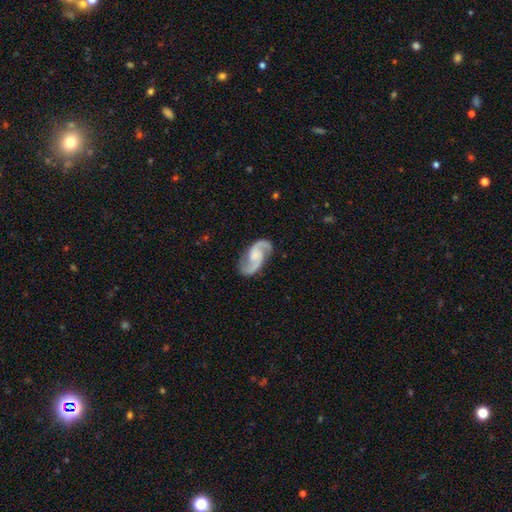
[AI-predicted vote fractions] The model was most divided on "bulge size": small: 34%, none: 30%, moderate: 29%, large: 6%, dominant: 1%. More confident: spiral arms — yes (98%); edge-on disk — no (98%); spiral arm count — 2 (94%); smooth or featured — featured or disk (91%); merging — none (82%); spiral winding — medium (54%); bar — no (51%).